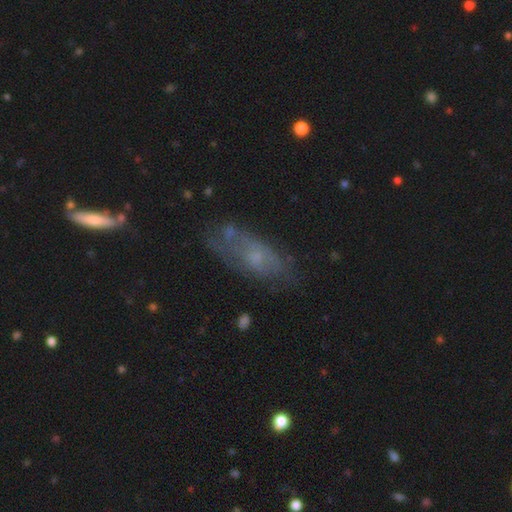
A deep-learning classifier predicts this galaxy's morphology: smooth_or_featured: featured or disk (p=0.45) [alt: smooth p=0.42]
merging: none (p=0.55) [alt: minor disturbance p=0.25]